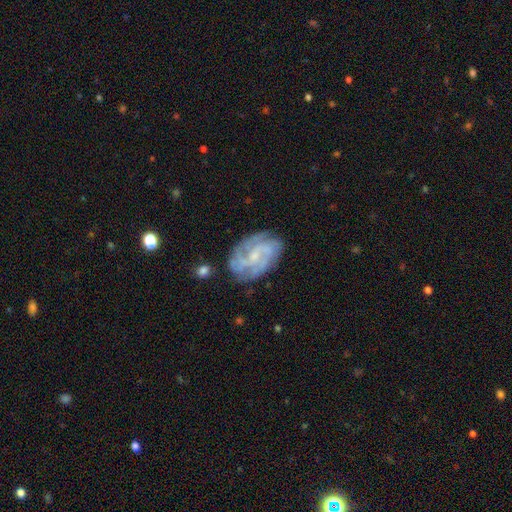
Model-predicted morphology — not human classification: Smooth or featured?
  - featured or disk: 84% *
  - smooth: 10%
  - star or artifact: 6%
Edge-on disk?
  - no: 97% *
  - yes: 3%
Bar?
  - no: 50% *
  - weak: 41%
  - strong: 10%
Spiral arms?
  - yes: 95% *
  - no: 5%
Spiral winding?
  - tight: 52% *
  - medium: 38%
  - loose: 10%
Spiral arm count?
  - can't tell: 25% *
  - 3: 24%
  - 4: 23%
  - 2: 16%
  - more than 4: 6%
  - 1: 6%
Bulge size?
  - small: 67% *
  - moderate: 22%
  - none: 9%
  - large: 1%
  - dominant: 1%
Merging?
  - none: 75% *
  - minor disturbance: 17%
  - major disturbance: 6%
  - merger: 2%